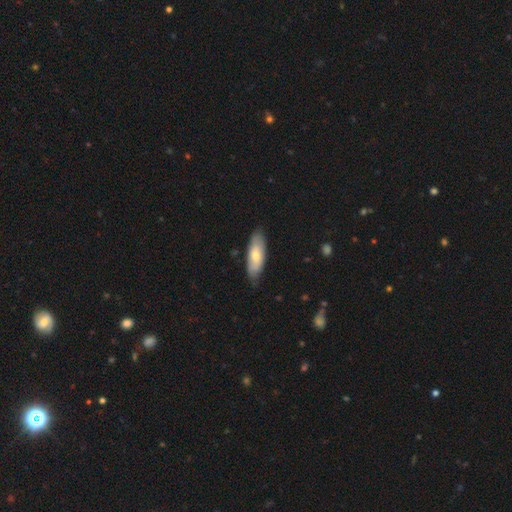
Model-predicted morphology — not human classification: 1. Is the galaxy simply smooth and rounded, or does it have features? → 64% smooth, 31% featured or disk, 5% star or artifact.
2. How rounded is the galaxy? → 69% in between, 29% cigar-shaped, 2% round.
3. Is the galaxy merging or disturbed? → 80% none, 17% minor disturbance, 3% major disturbance, 1% merger.